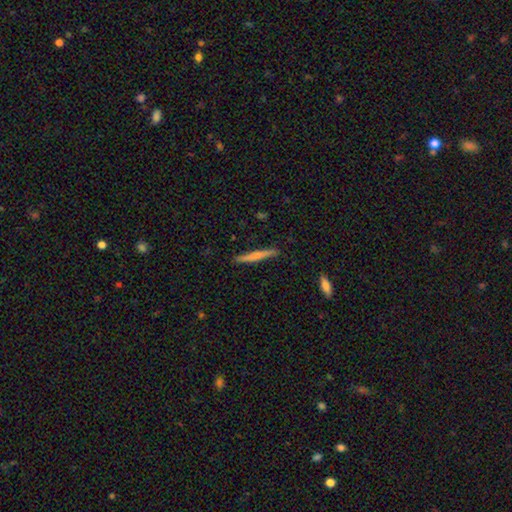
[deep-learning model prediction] Overall: smooth (60%; featured or disk 35%). How rounded: cigar-shaped (95%). Merging: none (86%).